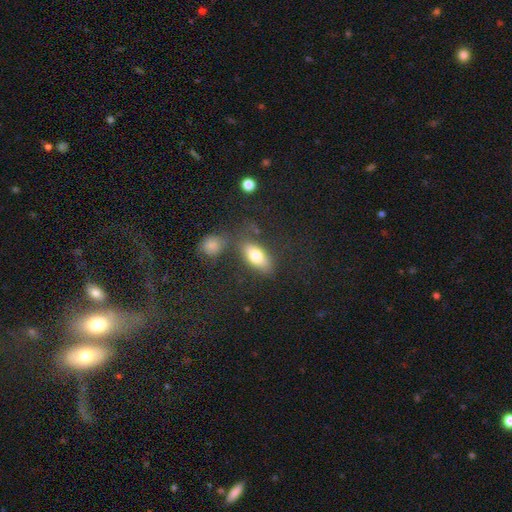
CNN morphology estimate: Smooth or featured: smooth — 77% (featured or disk — 15%)
How rounded: in between — 84% (cigar-shaped — 10%)
Merging: none — 66% (minor disturbance — 15%)